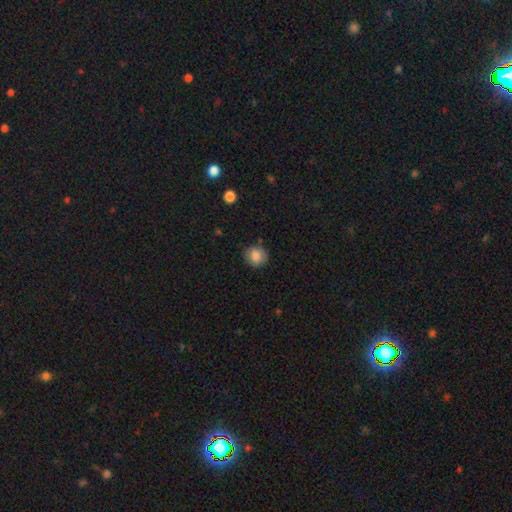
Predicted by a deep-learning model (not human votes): Smooth or featured: smooth — 85% (star or artifact — 9%)
How rounded: round — 85% (in between — 14%)
Merging: none — 86% (minor disturbance — 10%)